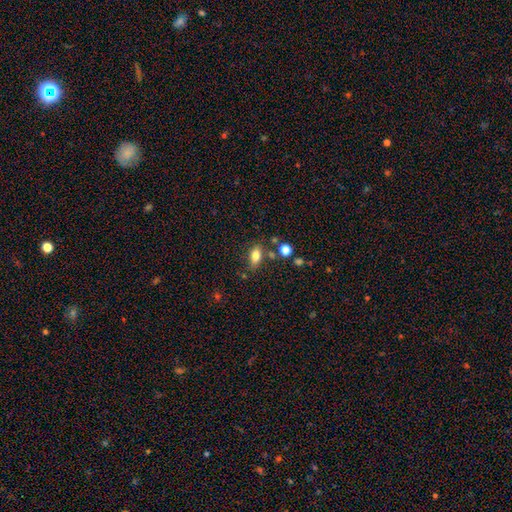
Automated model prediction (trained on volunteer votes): A smooth galaxy with no disk features (80%) that is in between round and cigar-shaped (84%).

Vote fractions:
- Smooth or featured? smooth: 80% / featured or disk: 11% / star or artifact: 10%
- How rounded? in between: 84% / round: 10% / cigar-shaped: 6%
- Merging? none: 73% / minor disturbance: 14% / merger: 9% / major disturbance: 4%